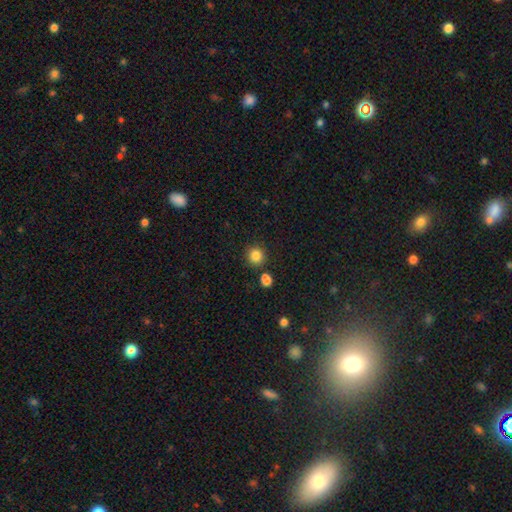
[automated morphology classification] Overall: smooth (84%). How rounded: round (91%). Merging: none (85%).